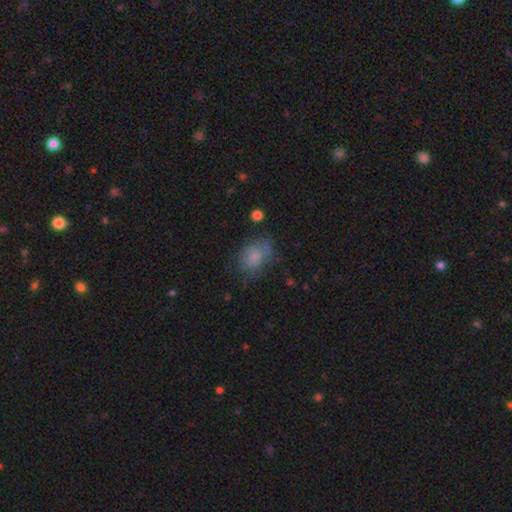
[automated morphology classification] Smooth or featured? smooth (75%)
How rounded? in between (72%)
Merging? none (52%)